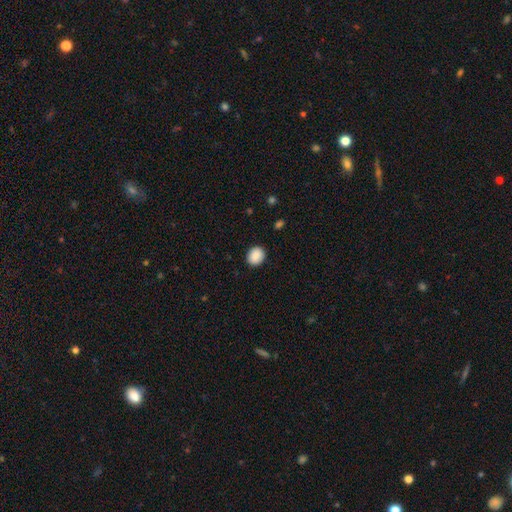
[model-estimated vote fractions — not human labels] The model was most divided on "how rounded": round: 62%, in between: 38%, cigar-shaped: 1%. More confident: merging — none (89%); smooth or featured — smooth (89%).